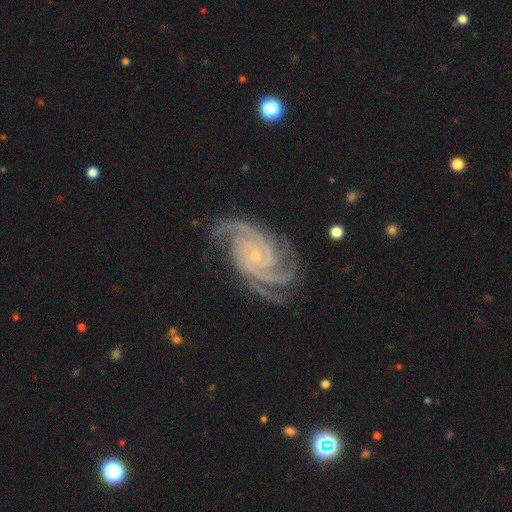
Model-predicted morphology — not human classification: Q: Smooth or featured?
A: featured or disk (93%); runner-up: star or artifact (4%)
Q: Edge-on disk?
A: no (98%); runner-up: yes (2%)
Q: Bar?
A: no (68%); runner-up: weak (23%)
Q: Spiral arms?
A: yes (99%); runner-up: no (1%)
Q: Spiral winding?
A: tight (64%); runner-up: medium (32%)
Q: Spiral arm count?
A: 3 (37%); runner-up: 4 (28%)
Q: Bulge size?
A: small (83%); runner-up: moderate (13%)
Q: Merging?
A: none (77%); runner-up: minor disturbance (16%)